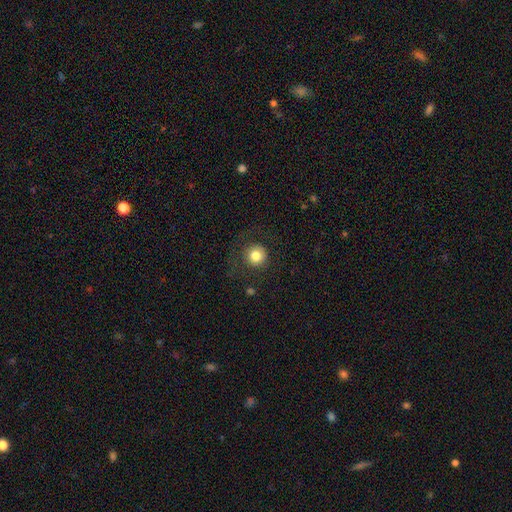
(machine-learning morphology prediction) This is clearly a smooth galaxy (80%). How rounded: clearly round (95%). Merging: clearly none (81%).